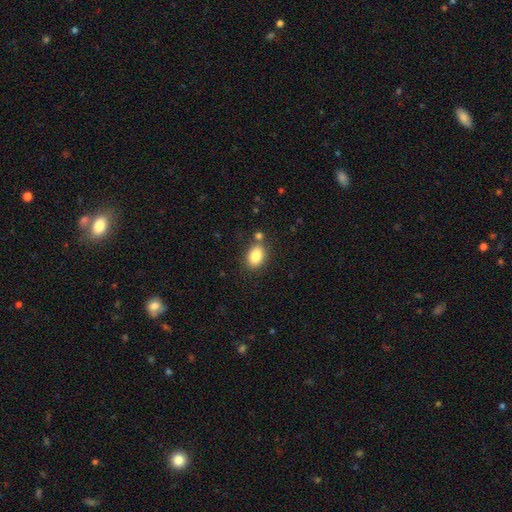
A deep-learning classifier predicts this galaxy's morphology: Smooth or featured: smooth — 85% (star or artifact — 8%)
How rounded: in between — 80% (round — 19%)
Merging: none — 74% (minor disturbance — 12%)